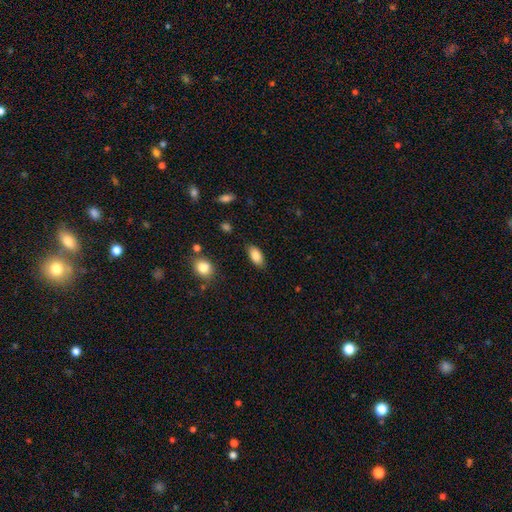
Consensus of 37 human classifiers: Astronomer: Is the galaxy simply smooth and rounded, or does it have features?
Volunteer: smooth — 86%.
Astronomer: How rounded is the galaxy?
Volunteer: in between — 84%.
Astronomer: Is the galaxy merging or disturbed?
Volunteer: none — 74%.